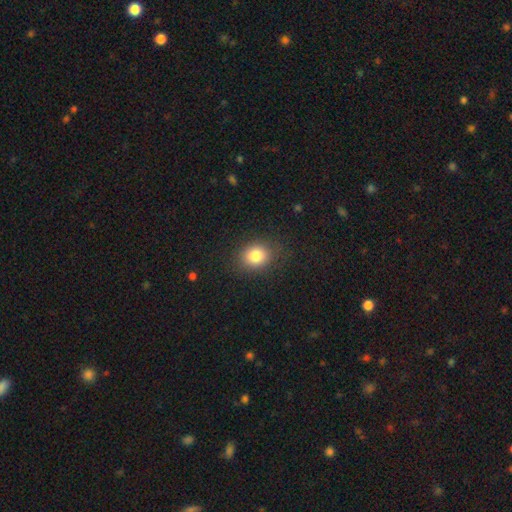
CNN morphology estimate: Smooth or featured?
  - smooth: 82% *
  - star or artifact: 11%
  - featured or disk: 7%
How rounded?
  - round: 58% *
  - in between: 41%
  - cigar-shaped: 1%
Merging?
  - none: 84% *
  - minor disturbance: 11%
  - major disturbance: 4%
  - merger: 1%